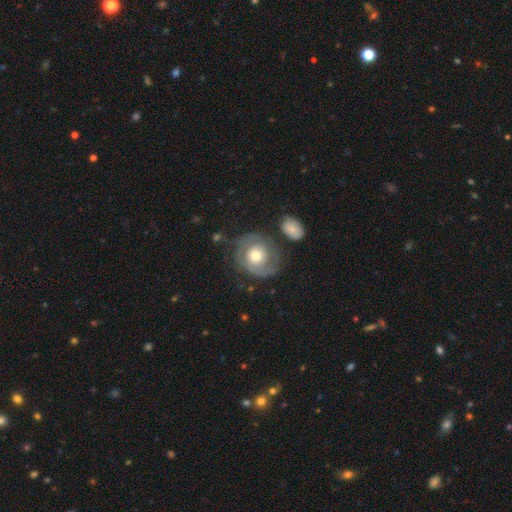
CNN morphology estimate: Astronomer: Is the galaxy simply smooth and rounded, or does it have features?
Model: featured or disk — 61%.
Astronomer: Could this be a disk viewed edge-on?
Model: no — 97%.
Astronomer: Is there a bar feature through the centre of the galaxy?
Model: no — 84%.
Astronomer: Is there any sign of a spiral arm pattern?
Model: yes — 65%.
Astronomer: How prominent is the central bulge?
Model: moderate — 66%.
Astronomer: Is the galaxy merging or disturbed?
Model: none — 62%.